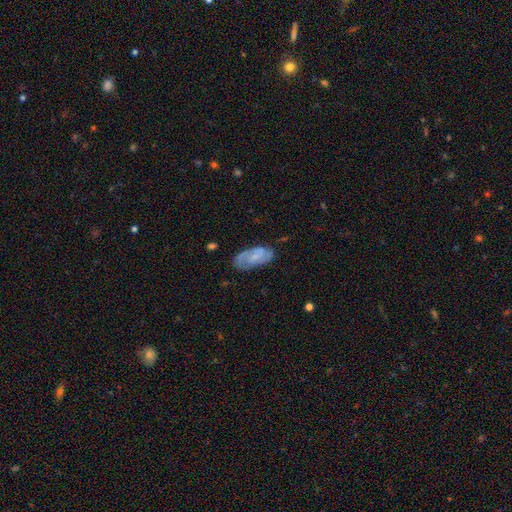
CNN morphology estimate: Overall: featured or disk (56%; smooth 36%). Edge-on disk: no (93%). Bar: no (52%; weak 38%). Spiral arms: yes (77%). Bulge size: small (49%; none 27%). Merging: none (72%).